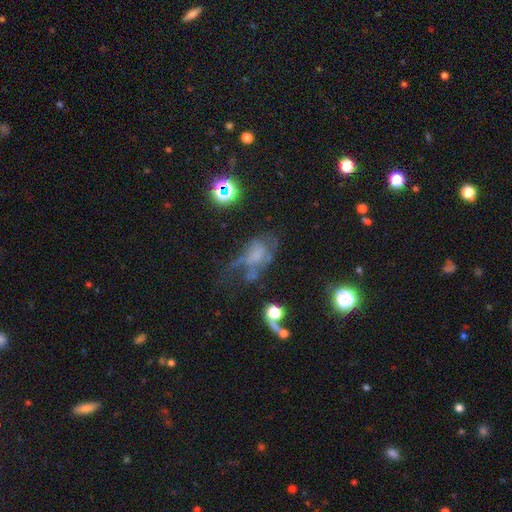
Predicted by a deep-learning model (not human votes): featured or disk 48%, smooth 30%, star or artifact 22%. Down the decision tree: merging — major disturbance (44%).